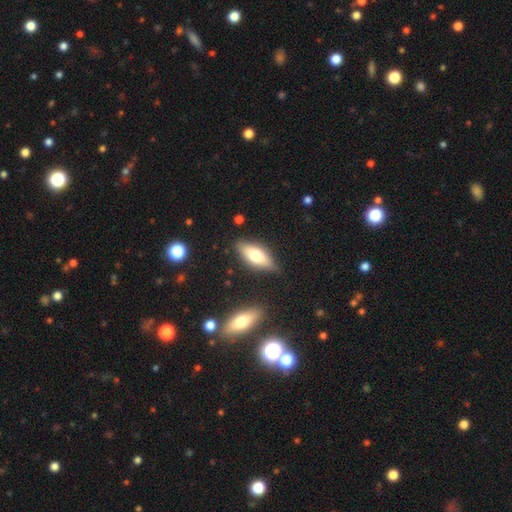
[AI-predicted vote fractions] This appears to be a smooth galaxy with no disk features (59%) that is in between round and cigar-shaped (68%). Merging: none (82%).